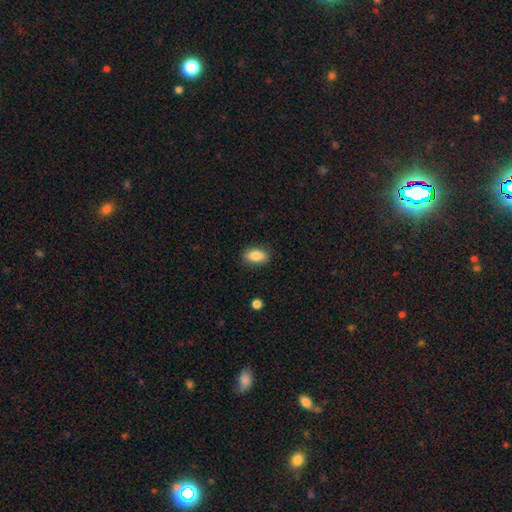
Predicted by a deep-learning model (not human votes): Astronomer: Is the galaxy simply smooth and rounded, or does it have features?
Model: smooth — 86%.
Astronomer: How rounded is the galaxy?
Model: in between — 89%.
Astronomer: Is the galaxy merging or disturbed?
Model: none — 86%.